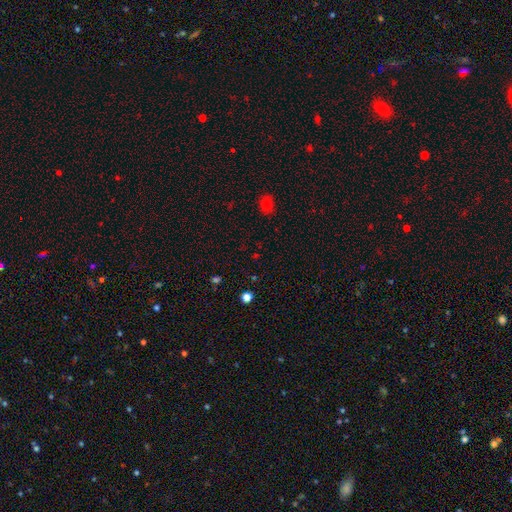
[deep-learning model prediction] smooth_or_featured: star or artifact (p=0.49) [alt: smooth p=0.44]